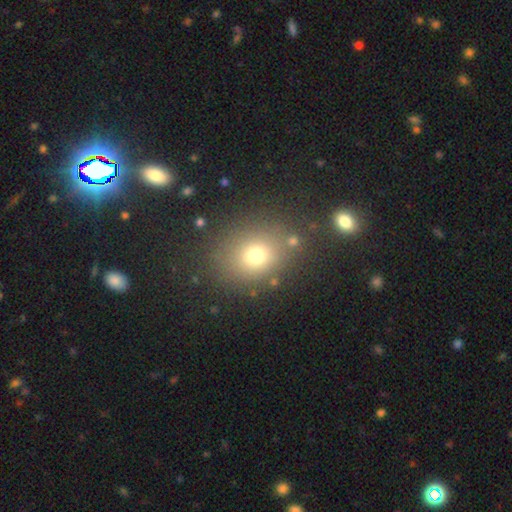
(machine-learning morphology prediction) This appears to be a smooth galaxy with no disk features (71%) that is round (61%). Merging: none (78%).